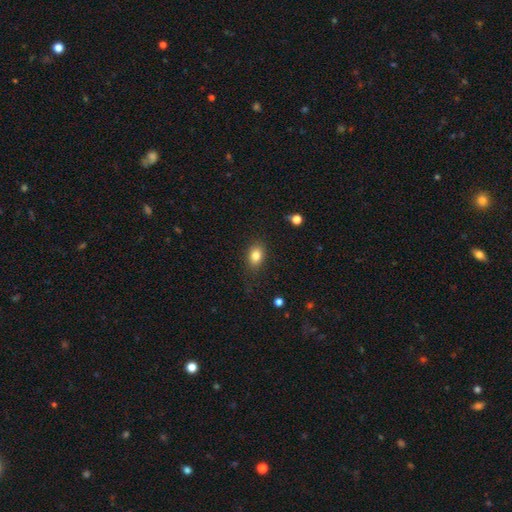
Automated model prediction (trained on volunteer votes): Morphology: type=smooth (83%); roundness=in between (70%); merging=none (82%).